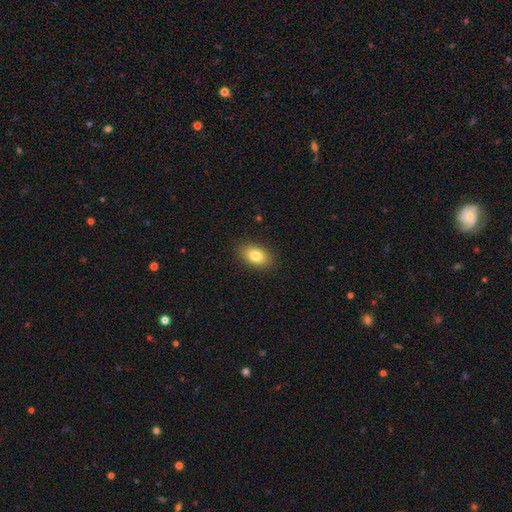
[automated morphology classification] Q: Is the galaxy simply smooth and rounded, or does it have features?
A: smooth — 82%.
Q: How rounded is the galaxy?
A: in between — 88%.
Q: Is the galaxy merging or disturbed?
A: none — 89%.